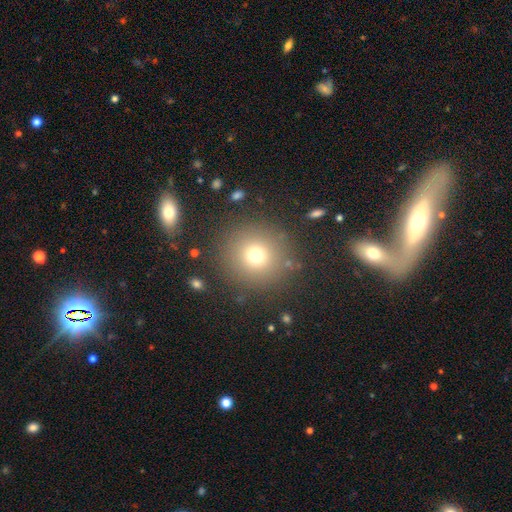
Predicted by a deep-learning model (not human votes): The model was most divided on "smooth or featured": smooth: 72%, star or artifact: 18%, featured or disk: 10%. More confident: how rounded — round (95%); merging — none (86%).